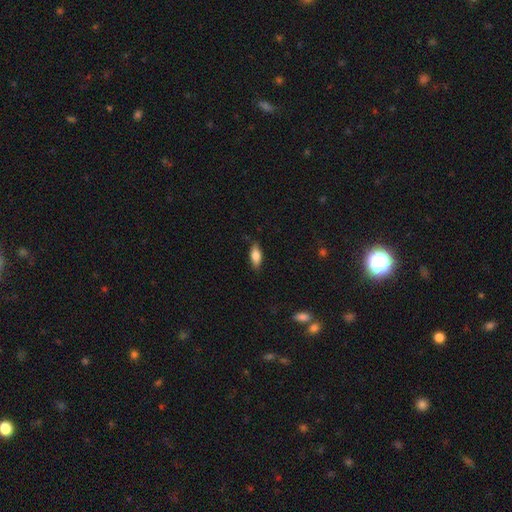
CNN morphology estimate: Smooth or featured: smooth — 78% (featured or disk — 16%)
How rounded: in between — 78% (cigar-shaped — 19%)
Merging: none — 82% (minor disturbance — 15%)